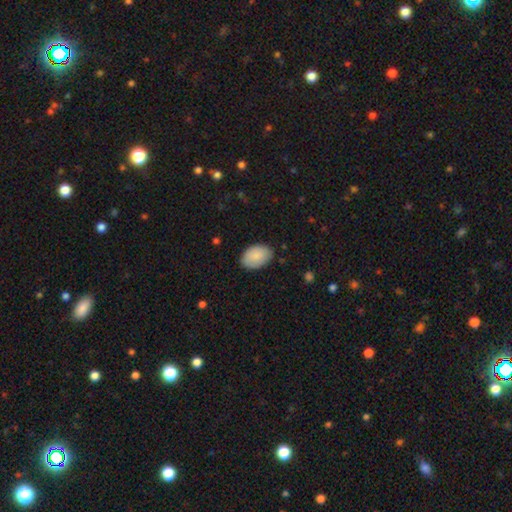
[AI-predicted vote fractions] This is clearly a smooth galaxy (88%). How rounded: clearly in between (90%). Merging: clearly none (84%).